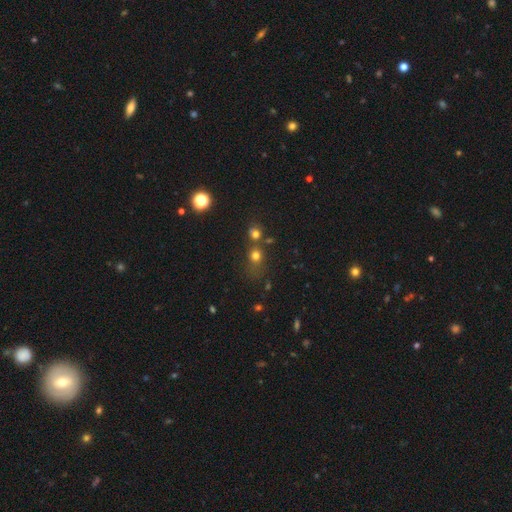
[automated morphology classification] Smooth or featured?
  - smooth: 67% *
  - star or artifact: 23%
  - featured or disk: 10%
How rounded?
  - round: 77% *
  - in between: 21%
  - cigar-shaped: 2%
Merging?
  - none: 50% *
  - merger: 30%
  - minor disturbance: 12%
  - major disturbance: 8%